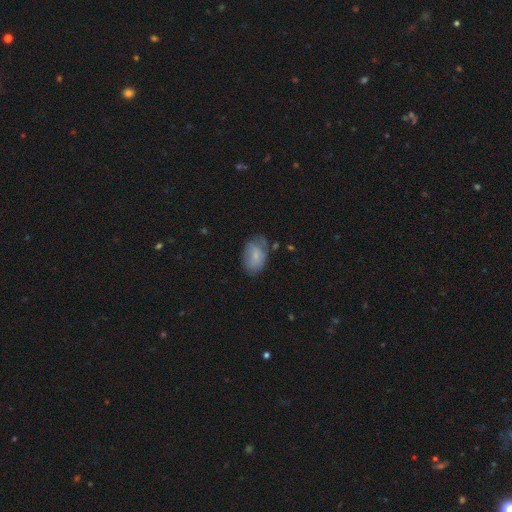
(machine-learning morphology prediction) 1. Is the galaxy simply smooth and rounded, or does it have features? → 72% smooth, 21% featured or disk, 8% star or artifact.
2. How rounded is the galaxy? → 86% in between, 12% round, 1% cigar-shaped.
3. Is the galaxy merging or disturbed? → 56% none, 30% minor disturbance, 11% major disturbance, 3% merger.